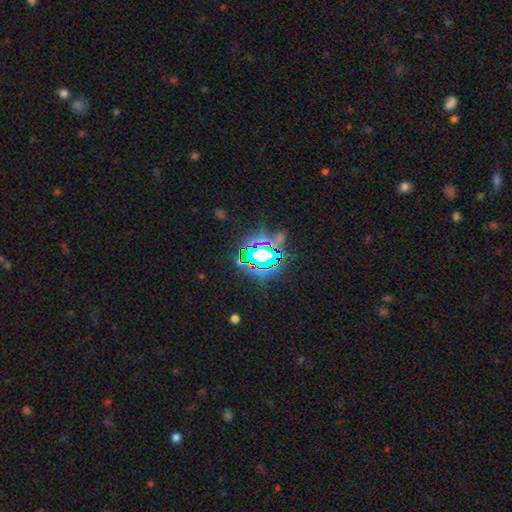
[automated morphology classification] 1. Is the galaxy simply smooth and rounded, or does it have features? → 75% star or artifact, 13% smooth, 11% featured or disk.